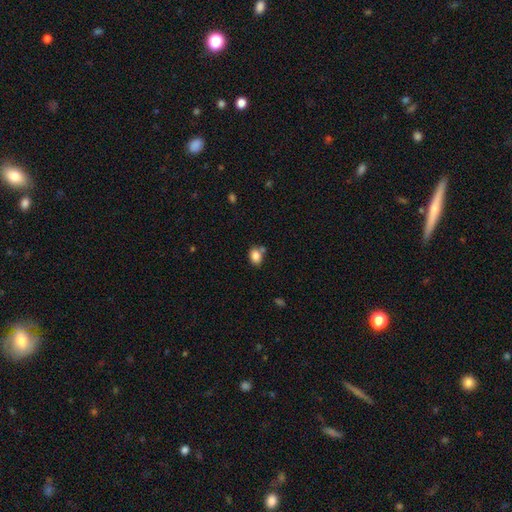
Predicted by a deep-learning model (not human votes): Smooth or featured? smooth (84%)
How rounded? in between (70%)
Merging? none (64%)